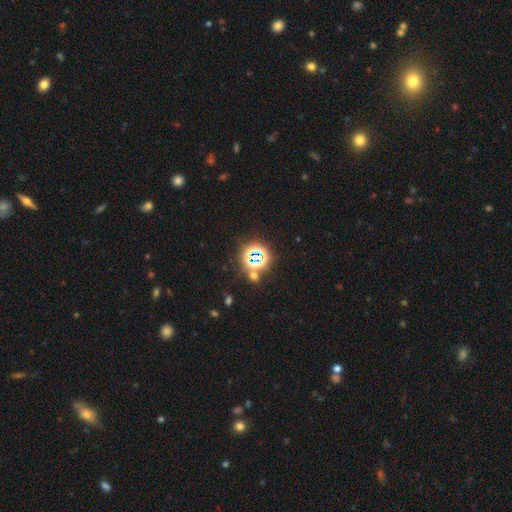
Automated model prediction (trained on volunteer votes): Q: Smooth or featured?
A: star or artifact (74%); runner-up: smooth (18%)